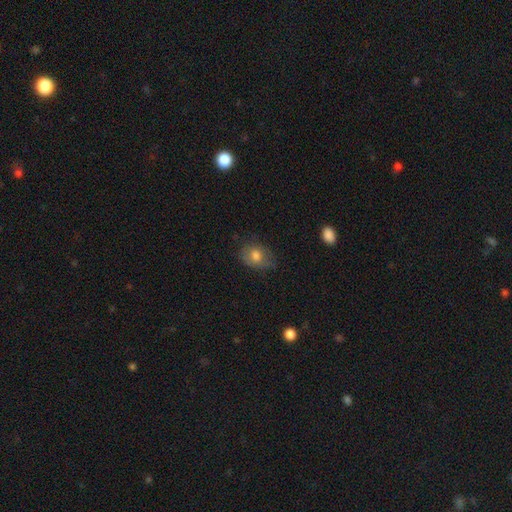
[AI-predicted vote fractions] Overall: smooth (73%). How rounded: in between (66%; round 33%). Merging: none (60%; minor disturbance 28%).